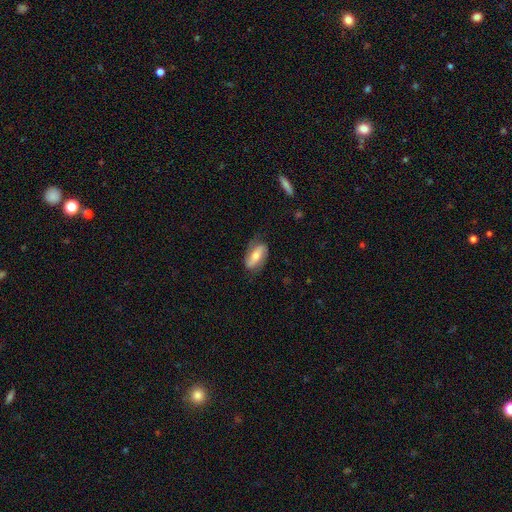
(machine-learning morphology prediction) type=featured or disk (57%); edge-on=no (90%); bar=strong (37%); spiral arms=yes (83%); bulge=moderate (59%); merging=none (73%).